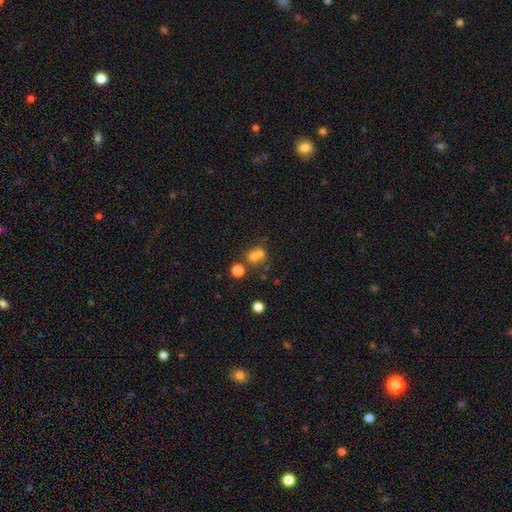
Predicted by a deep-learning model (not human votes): smooth-or-featured: smooth: 66% | star or artifact: 17% | featured or disk: 17%
  how-rounded: round: 76% | in between: 23% | cigar-shaped: 1%
  merging: merger: 52% | none: 36% | minor disturbance: 7% | major disturbance: 4%